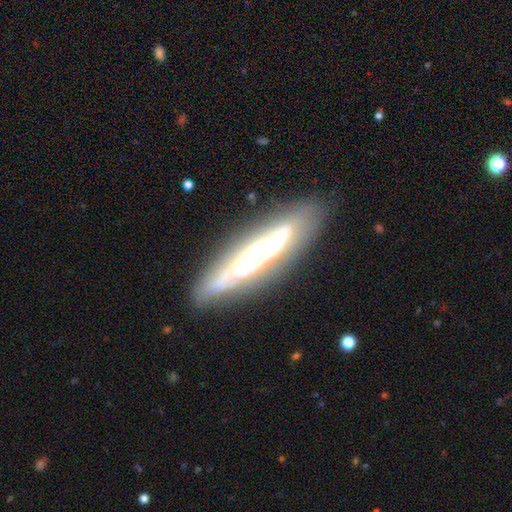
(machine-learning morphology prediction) smooth-or-featured: featured or disk: 73% | smooth: 20% | star or artifact: 7%
  disk-edge-on: yes: 55% | no: 45%
  merging: none: 80% | minor disturbance: 13% | major disturbance: 5% | merger: 2%